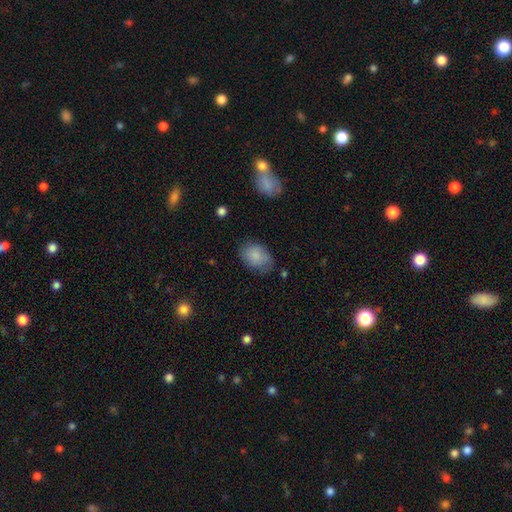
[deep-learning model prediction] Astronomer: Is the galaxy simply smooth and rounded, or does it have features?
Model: smooth — 83%.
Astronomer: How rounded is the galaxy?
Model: in between — 77%.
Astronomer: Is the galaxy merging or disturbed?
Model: none — 65%.